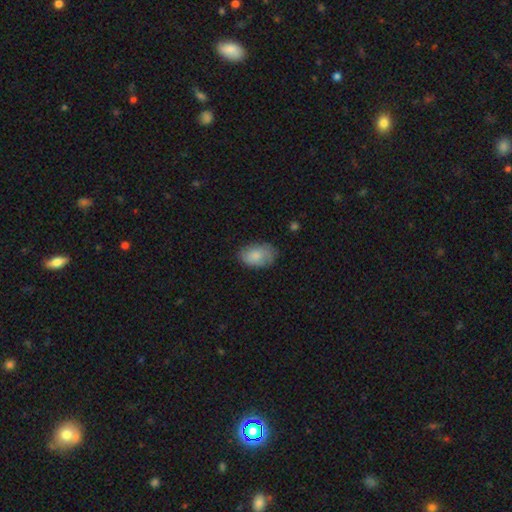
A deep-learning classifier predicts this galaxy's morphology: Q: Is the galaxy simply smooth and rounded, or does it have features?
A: smooth — 78%.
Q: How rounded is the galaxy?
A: in between — 88%.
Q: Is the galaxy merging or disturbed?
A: none — 72%.